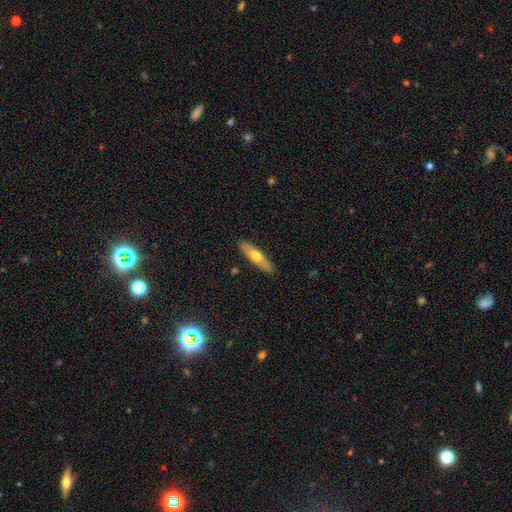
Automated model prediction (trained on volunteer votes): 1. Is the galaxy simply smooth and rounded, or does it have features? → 58% smooth, 36% featured or disk, 6% star or artifact.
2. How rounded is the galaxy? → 67% cigar-shaped, 31% in between, 2% round.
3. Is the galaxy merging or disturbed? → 87% none, 9% minor disturbance, 2% major disturbance, 1% merger.